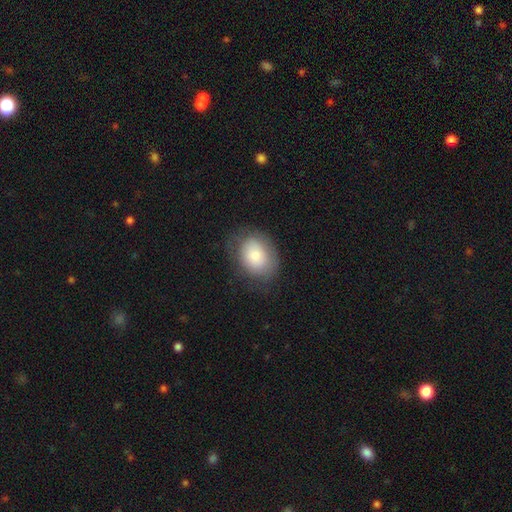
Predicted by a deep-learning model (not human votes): Q: Smooth or featured?
A: smooth (78%); runner-up: featured or disk (14%)
Q: How rounded?
A: in between (60%); runner-up: round (39%)
Q: Merging?
A: none (77%); runner-up: minor disturbance (16%)